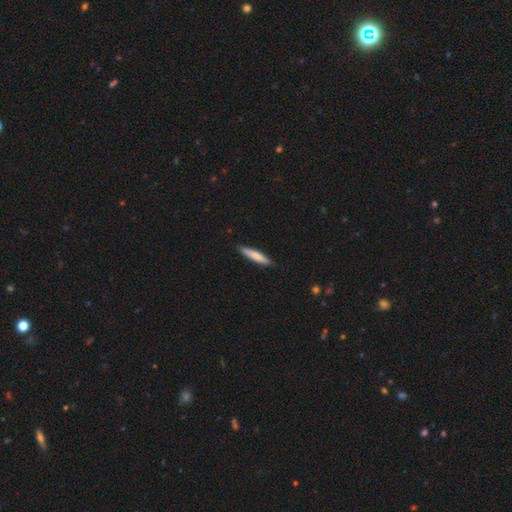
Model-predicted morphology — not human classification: A smooth galaxy with no disk features (75%) that is cigar-shaped (90%). Merging: none (88%).